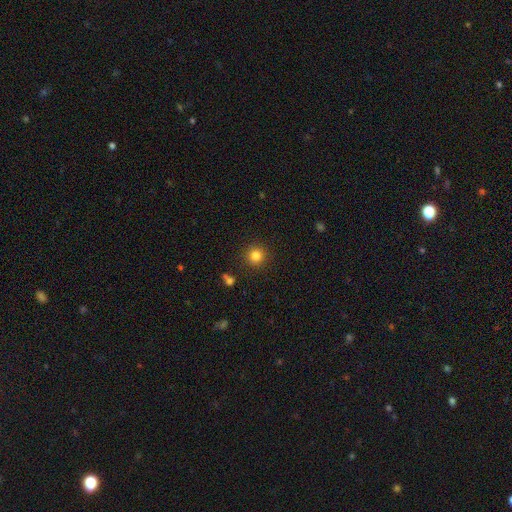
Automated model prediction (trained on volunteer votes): Smooth or featured? smooth (83%)
How rounded? round (94%)
Merging? none (90%)